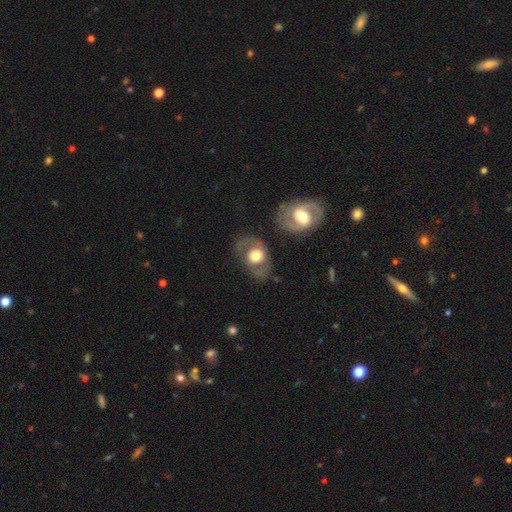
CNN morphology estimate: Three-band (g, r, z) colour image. It shows a featured or disk galaxy (50%). Merging: none (66%).